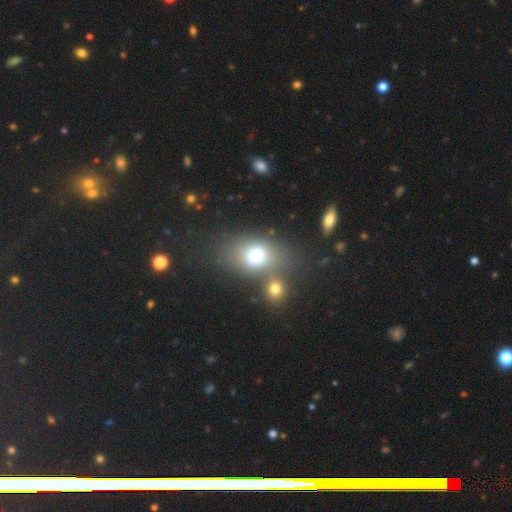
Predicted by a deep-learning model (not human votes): A smooth galaxy with no disk features (73%) that is in between round and cigar-shaped (65%).

Vote fractions:
- Smooth or featured? smooth: 73% / featured or disk: 13% / star or artifact: 13%
- How rounded? in between: 65% / round: 33% / cigar-shaped: 2%
- Merging? none: 49% / merger: 32% / minor disturbance: 12% / major disturbance: 7%